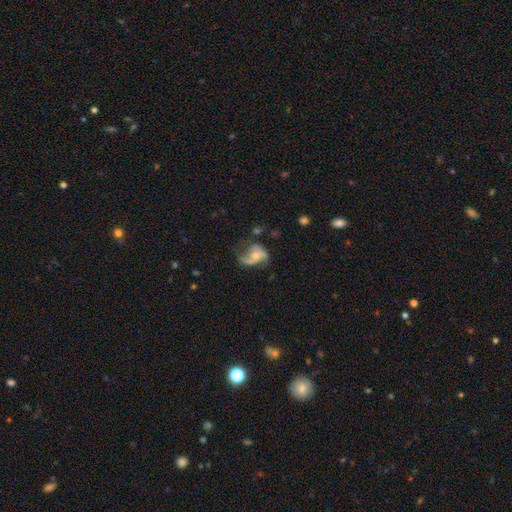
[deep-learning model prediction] smooth-or-featured: featured or disk: 65% | smooth: 27% | star or artifact: 8%
  disk-edge-on: no: 97% | yes: 3%
    bar: no: 67% | weak: 26% | strong: 7%
    has-spiral-arms: yes: 85% | no: 15%
      spiral-winding: loose: 52% | medium: 35% | tight: 13%
      spiral-arm-count: 2: 62% | 1: 25% | can't tell: 8% | 3: 2% | 4: 1% | more than 4: 1%
    bulge-size: moderate: 51% | small: 42% | none: 3% | large: 3% | dominant: 1%
  merging: none: 40% | major disturbance: 29% | minor disturbance: 27% | merger: 4%